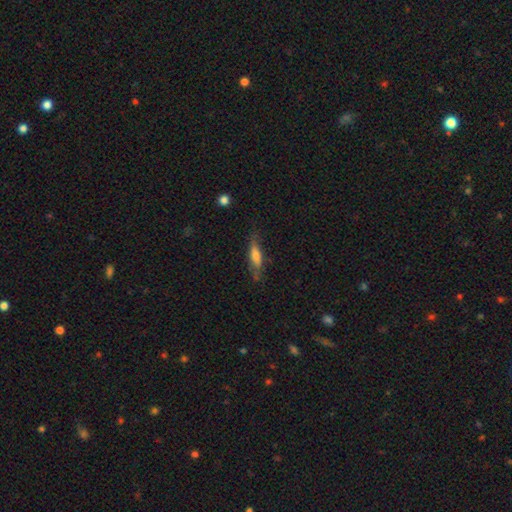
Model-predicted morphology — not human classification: Overall: smooth (60%; featured or disk 33%). How rounded: cigar-shaped (62%; in between 36%). Merging: none (70%).